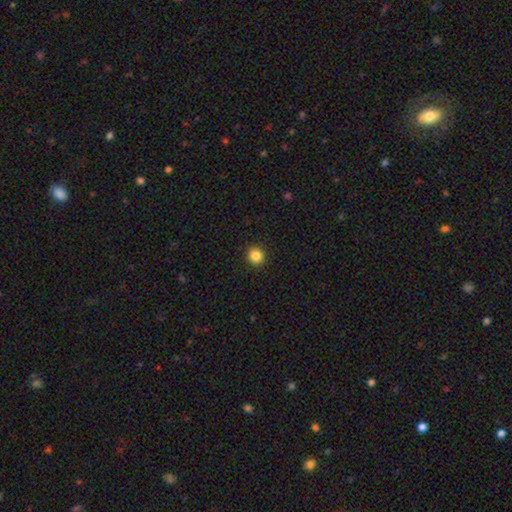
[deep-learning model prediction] Smooth or featured?
  - smooth: 85% *
  - star or artifact: 11%
  - featured or disk: 4%
How rounded?
  - round: 91% *
  - in between: 9%
  - cigar-shaped: 1%
Merging?
  - none: 93% *
  - minor disturbance: 5%
  - major disturbance: 2%
  - merger: 1%